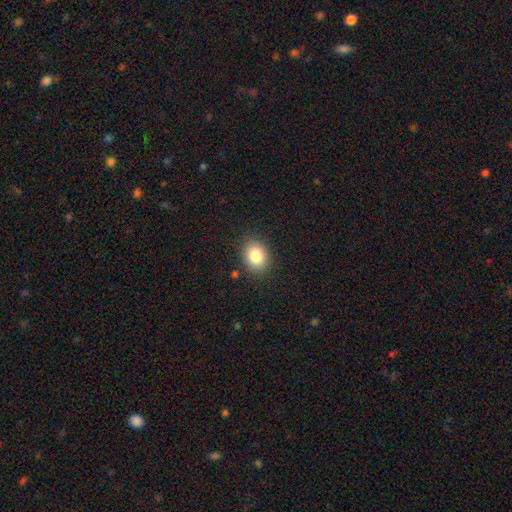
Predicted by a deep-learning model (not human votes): Overall: smooth (83%). How rounded: in between (54%; round 46%). Merging: none (86%).